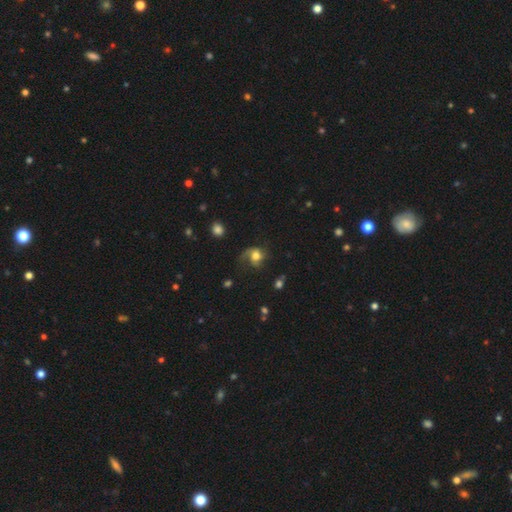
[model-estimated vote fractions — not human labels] Smooth or featured: smooth — 49% (featured or disk — 39%)
Merging: none — 42% (major disturbance — 31%)